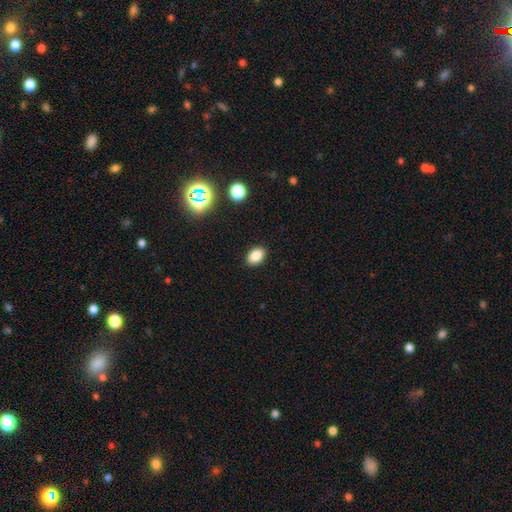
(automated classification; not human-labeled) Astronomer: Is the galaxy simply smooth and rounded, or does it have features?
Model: smooth — 85%.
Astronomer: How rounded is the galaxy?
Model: in between — 85%.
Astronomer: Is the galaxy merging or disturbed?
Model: none — 89%.